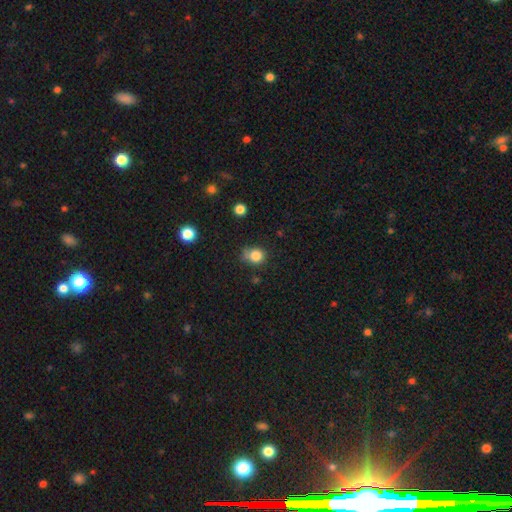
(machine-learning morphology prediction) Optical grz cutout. It shows a smooth galaxy with no disk features (83%) that is round (77%). Merging: none (59%).